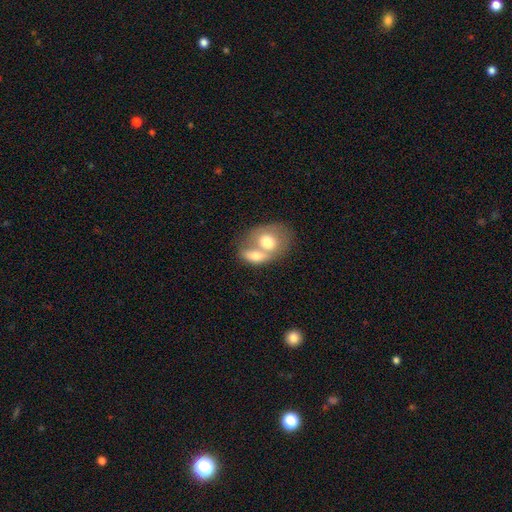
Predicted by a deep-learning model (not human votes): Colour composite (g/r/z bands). It shows a smooth galaxy with no disk features (69%) that is in between round and cigar-shaped (70%). Merging: merger (69%).